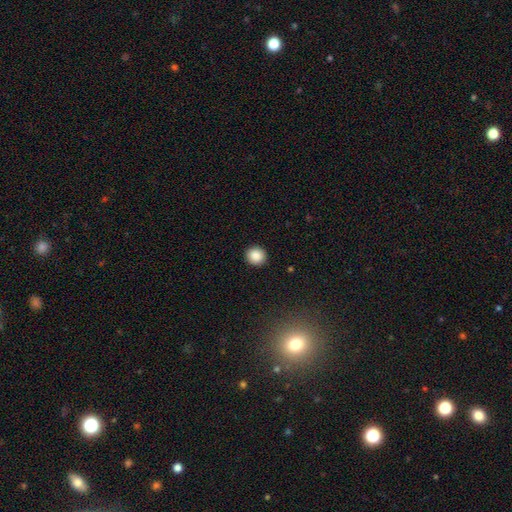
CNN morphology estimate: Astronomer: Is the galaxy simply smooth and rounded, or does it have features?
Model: smooth — 87%.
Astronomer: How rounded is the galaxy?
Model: round — 90%.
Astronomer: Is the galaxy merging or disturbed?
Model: none — 93%.